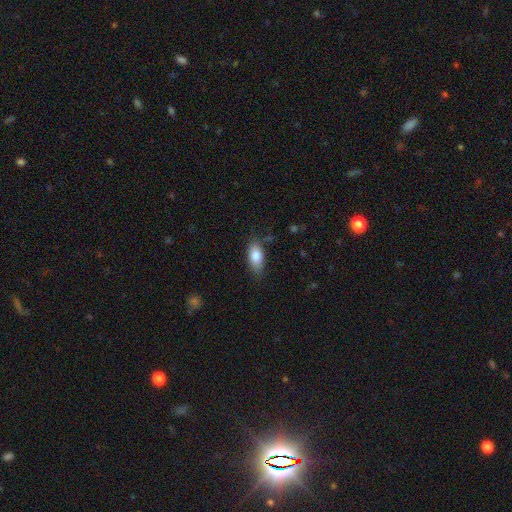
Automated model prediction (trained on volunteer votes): Smooth or featured?
  - smooth: 84% *
  - featured or disk: 9%
  - star or artifact: 7%
How rounded?
  - in between: 87% *
  - cigar-shaped: 10%
  - round: 3%
Merging?
  - none: 78% *
  - minor disturbance: 16%
  - major disturbance: 4%
  - merger: 2%